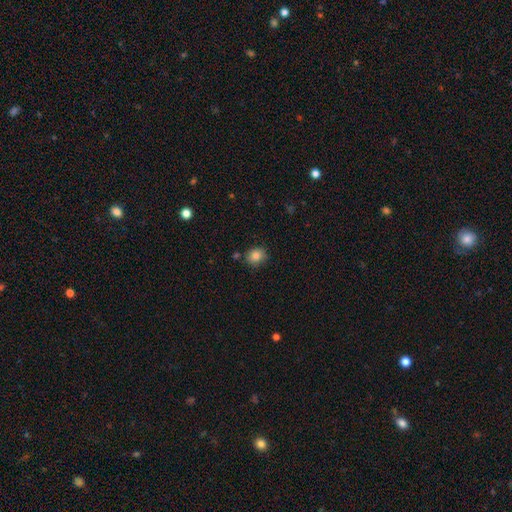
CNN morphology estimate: This is clearly a smooth galaxy (85%). How rounded: likely round (74%). Merging: likely none (79%).